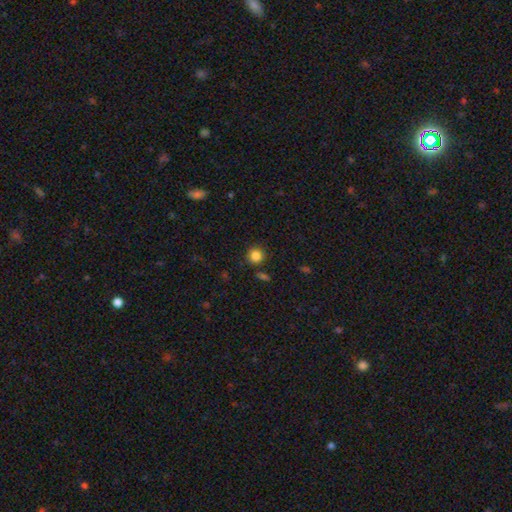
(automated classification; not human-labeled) A smooth galaxy with no disk features (84%) that is round (92%). Merging: none (87%).